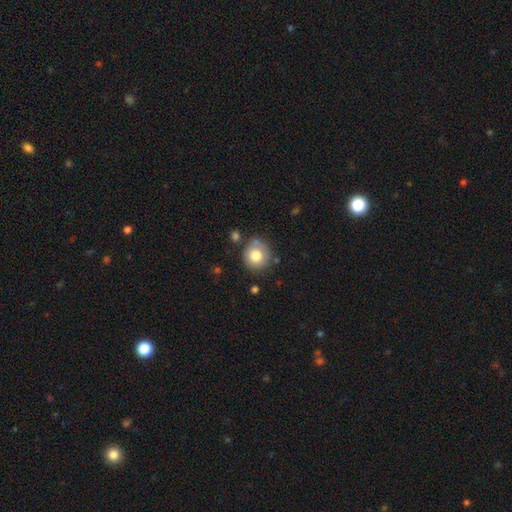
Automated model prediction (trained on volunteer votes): smooth 76%, featured or disk 14%, star or artifact 9%. Down the decision tree: how rounded — round (91%); merging — none (74%).